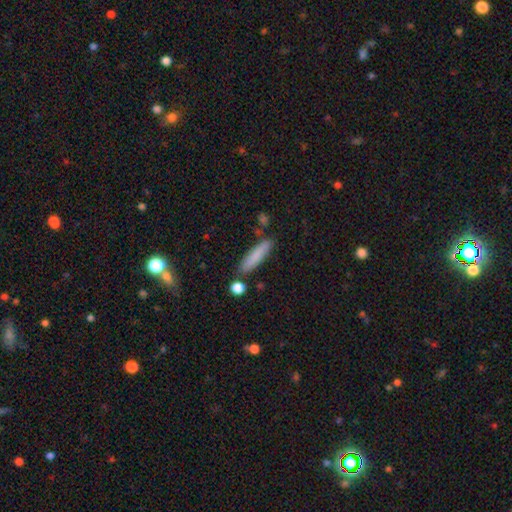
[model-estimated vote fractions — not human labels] smooth-or-featured: smooth: 82% | featured or disk: 11% | star or artifact: 7%
  how-rounded: cigar-shaped: 79% | in between: 19% | round: 2%
  merging: none: 82% | minor disturbance: 11% | merger: 5% | major disturbance: 2%